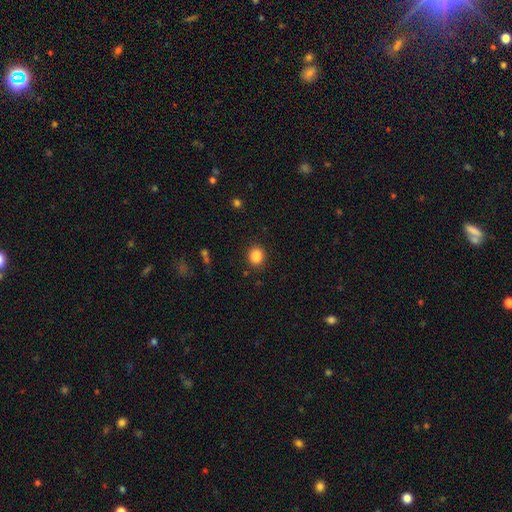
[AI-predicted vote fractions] Smooth or featured: smooth — 85% (star or artifact — 10%)
How rounded: round — 72% (in between — 27%)
Merging: none — 89% (minor disturbance — 7%)